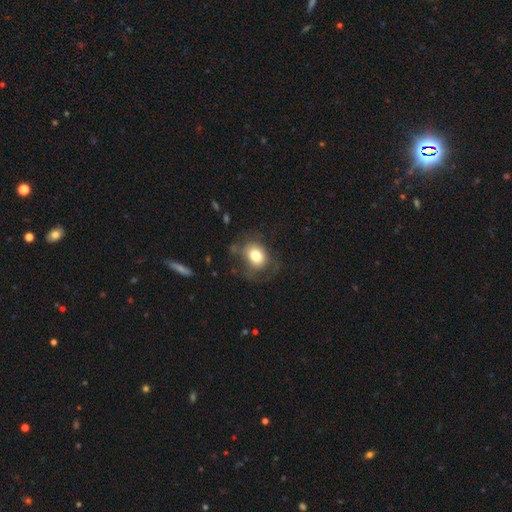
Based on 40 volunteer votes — smooth 65%, featured or disk 32%, star or artifact 2%. Down the decision tree: how rounded — round (73%); merging — none (72%).